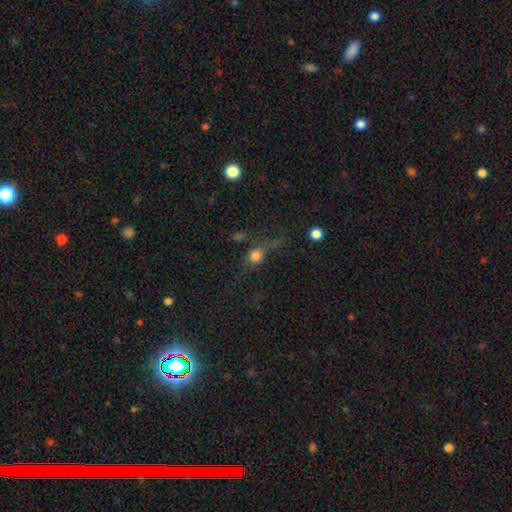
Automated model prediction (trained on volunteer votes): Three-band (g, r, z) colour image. It shows a smooth galaxy with no disk features (52%) that is round (65%). Merging: none (52%).